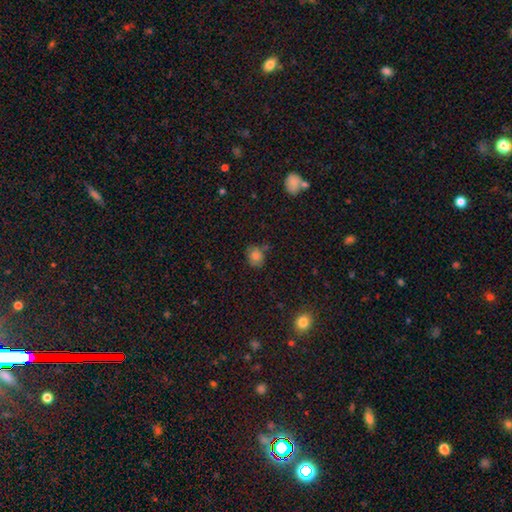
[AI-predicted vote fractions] A smooth galaxy with no disk features (79%) that is round (66%). Merging: none (72%).